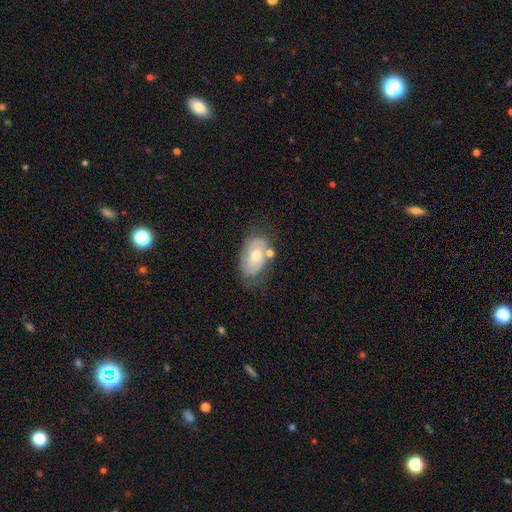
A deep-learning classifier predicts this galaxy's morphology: featured or disk 48%, smooth 45%, star or artifact 7%. Down the decision tree: merging — none (55%).